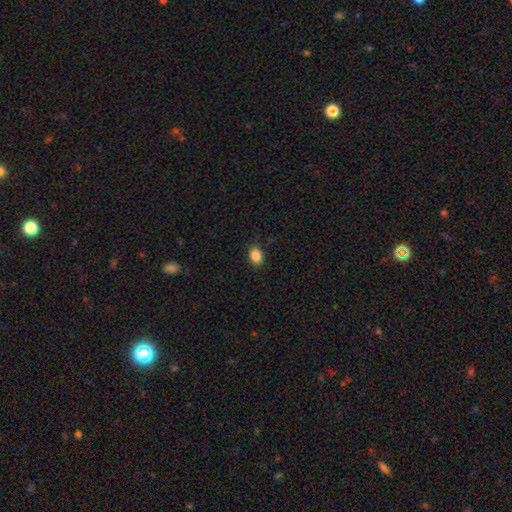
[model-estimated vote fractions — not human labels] Q: Smooth or featured?
A: smooth (87%); runner-up: star or artifact (9%)
Q: How rounded?
A: in between (63%); runner-up: round (36%)
Q: Merging?
A: none (88%); runner-up: minor disturbance (9%)